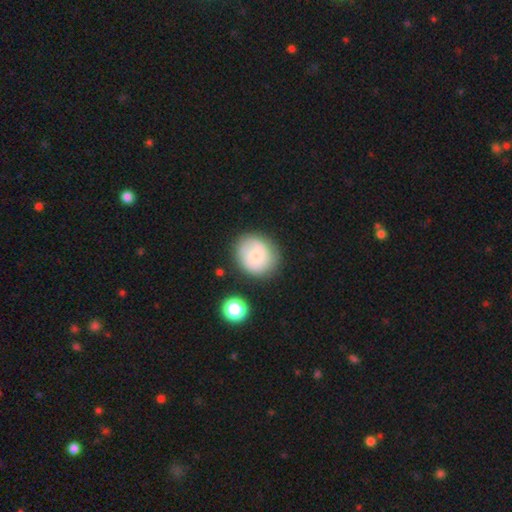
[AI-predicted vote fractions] This is likely a smooth galaxy (66%). How rounded: likely round (76%). Merging: likely none (73%).